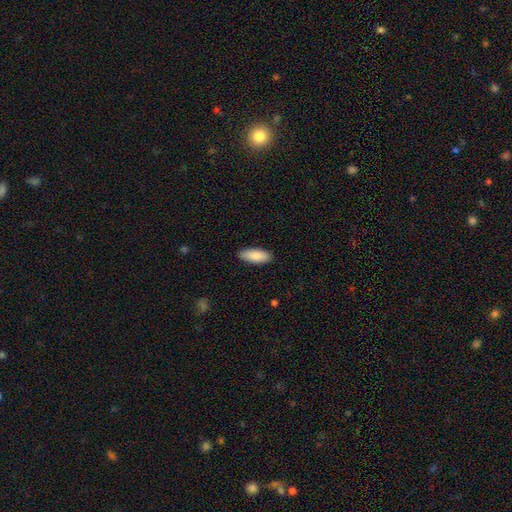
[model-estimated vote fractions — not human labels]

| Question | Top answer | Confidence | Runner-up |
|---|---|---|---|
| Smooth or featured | smooth | 87% | featured or disk (7%) |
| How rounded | in between | 77% | cigar-shaped (21%) |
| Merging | none | 89% | minor disturbance (8%) |